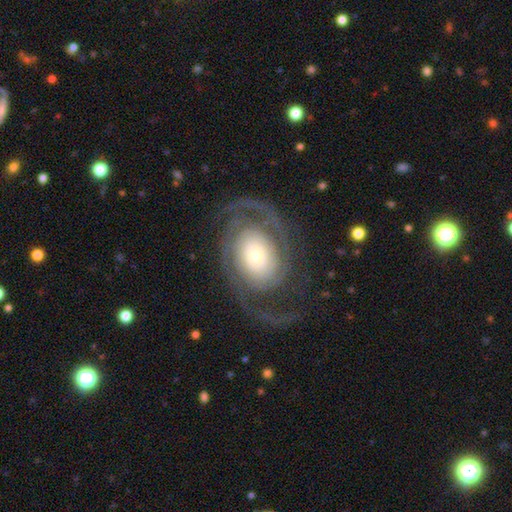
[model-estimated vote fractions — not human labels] smooth-or-featured: featured or disk: 85% | smooth: 10% | star or artifact: 5%
  disk-edge-on: no: 96% | yes: 4%
    bar: no: 76% | weak: 16% | strong: 8%
    has-spiral-arms: yes: 94% | no: 6%
      spiral-winding: tight: 49% | medium: 34% | loose: 17%
      spiral-arm-count: 2: 65% | can't tell: 13% | 3: 9% | 1: 6% | 4: 4% | more than 4: 4%
    bulge-size: small: 51% | moderate: 27% | large: 14% | dominant: 6% | none: 2%
  merging: none: 65% | major disturbance: 20% | minor disturbance: 14% | merger: 1%